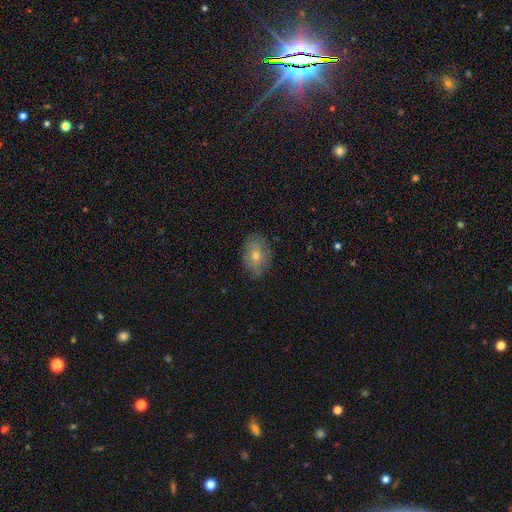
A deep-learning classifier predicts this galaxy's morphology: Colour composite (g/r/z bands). It shows a smooth galaxy with no disk features (51%) that is in between round and cigar-shaped (78%). Merging: none (79%).